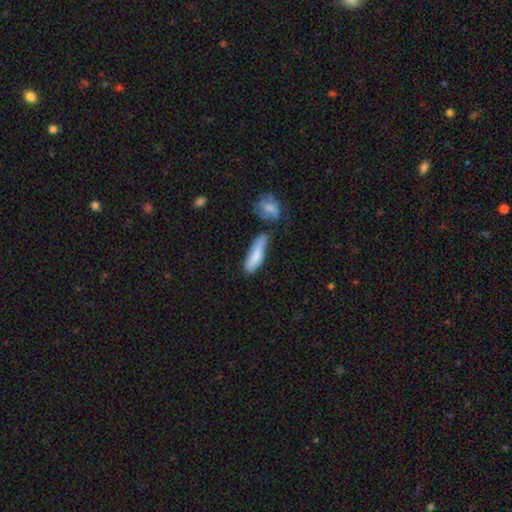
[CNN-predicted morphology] The model was most divided on "merging": none: 51%, minor disturbance: 27%, merger: 13%, major disturbance: 9%. More confident: smooth or featured — smooth (78%); how rounded — cigar-shaped (64%).